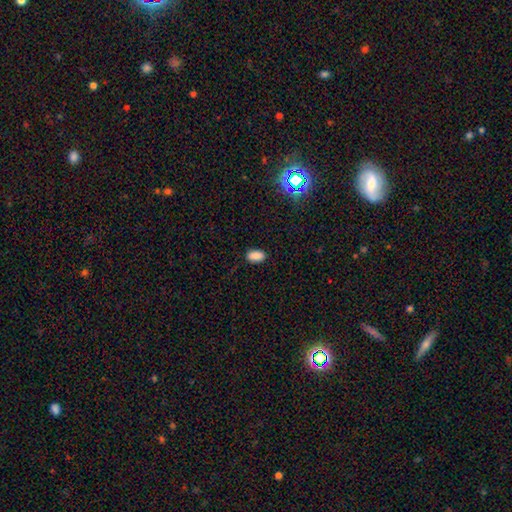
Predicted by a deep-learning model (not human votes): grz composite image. It shows a smooth galaxy with no disk features (86%) that is in between round and cigar-shaped (91%). Merging: none (88%).